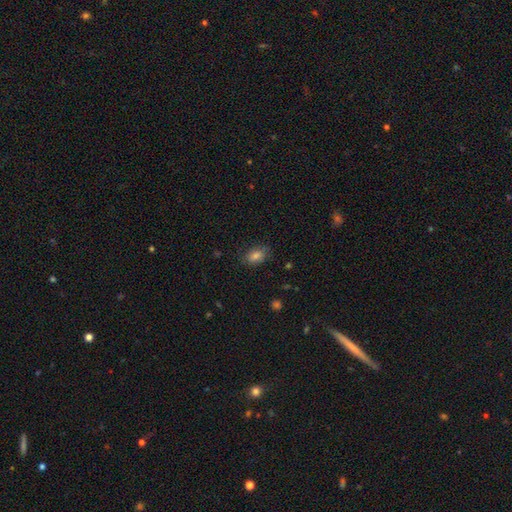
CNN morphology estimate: smooth_or_featured: smooth (p=0.72) [alt: star or artifact p=0.15]
how_rounded: in between (p=0.78) [alt: round p=0.20]
merging: none (p=0.78) [alt: minor disturbance p=0.16]